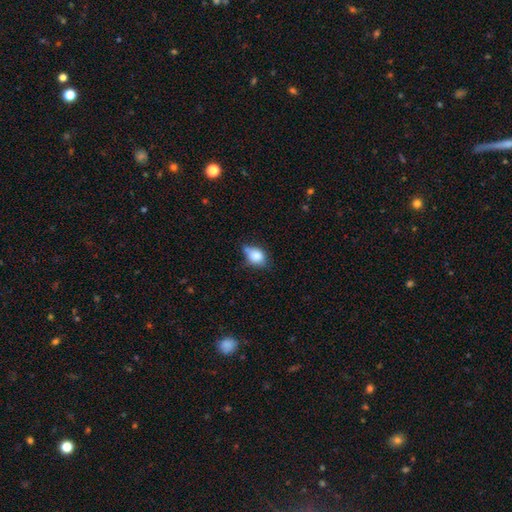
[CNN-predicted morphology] Smooth or featured: smooth — 82% (featured or disk — 9%)
How rounded: in between — 63% (round — 35%)
Merging: none — 48% (minor disturbance — 35%)